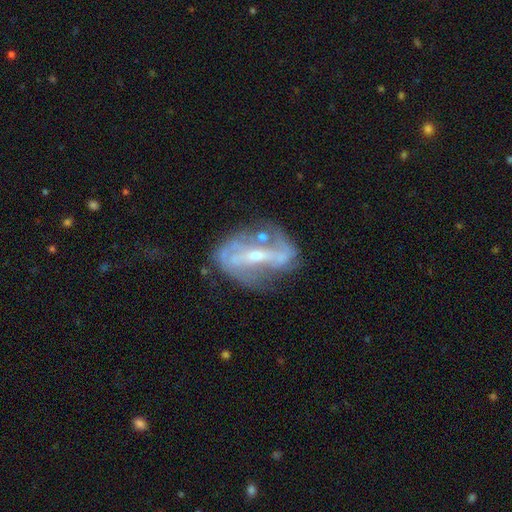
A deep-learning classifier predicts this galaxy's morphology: A featured or disk galaxy (83%) with a strong bar (65%), 2 (66%) loose (38%) spiral arms (76%) and a small central bulge (62%). Merging: none (53%).